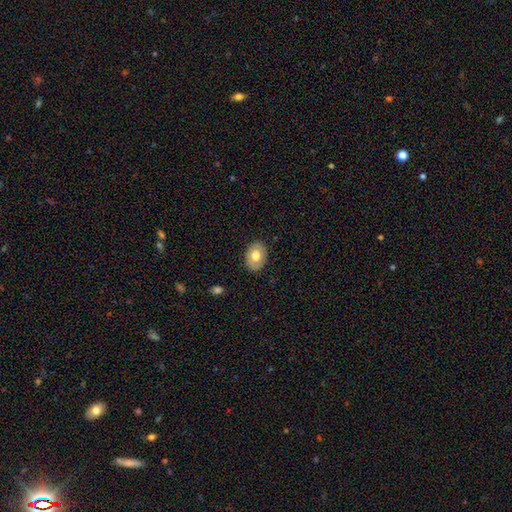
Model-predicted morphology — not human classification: The model was most divided on "smooth or featured": smooth: 68%, featured or disk: 25%, star or artifact: 7%. More confident: merging — none (85%); how rounded — in between (76%).